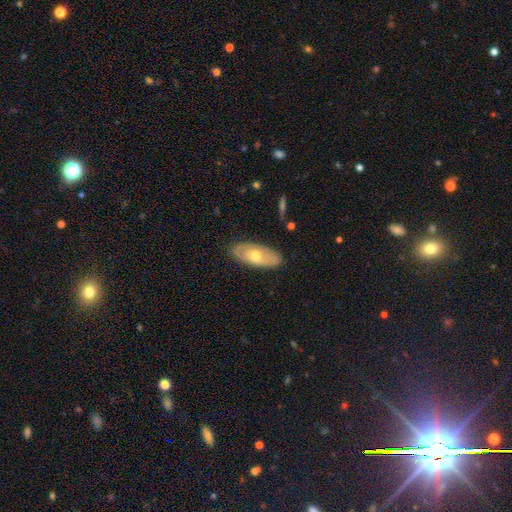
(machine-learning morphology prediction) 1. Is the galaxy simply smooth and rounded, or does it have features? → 49% featured or disk, 45% smooth, 6% star or artifact.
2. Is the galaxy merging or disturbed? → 84% none, 13% minor disturbance, 3% major disturbance, 1% merger.